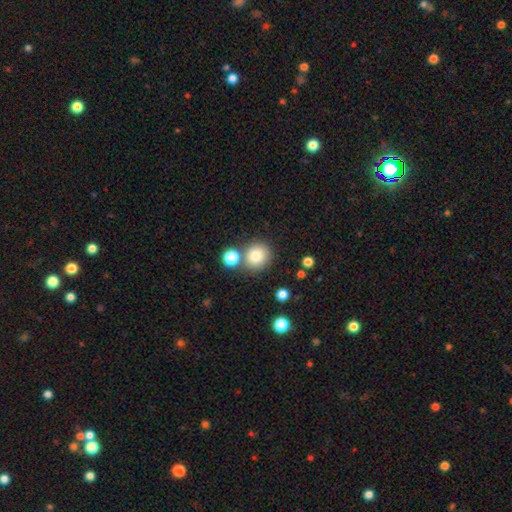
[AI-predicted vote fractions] A smooth galaxy with no disk features (82%) that is round (88%). Merging: none (72%).